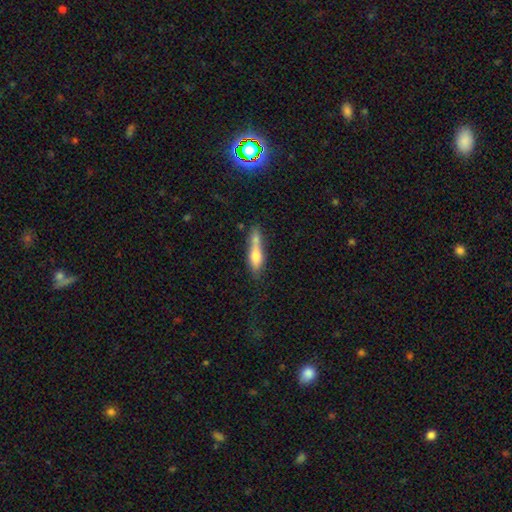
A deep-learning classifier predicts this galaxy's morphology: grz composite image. It shows a smooth galaxy with no disk features (60%) that is cigar-shaped (67%). Merging: none (41%).